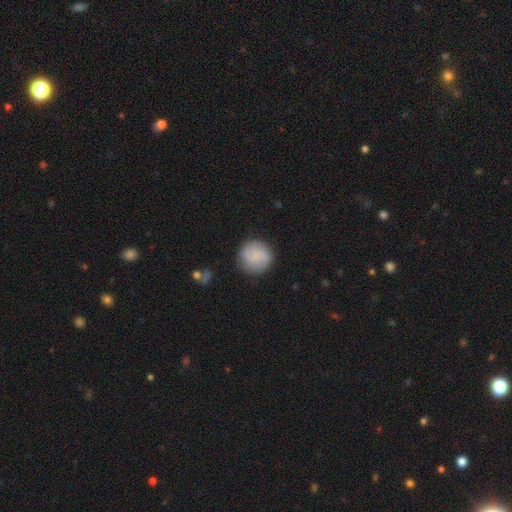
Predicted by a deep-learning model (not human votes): smooth-or-featured: smooth: 58% | featured or disk: 34% | star or artifact: 7%
  how-rounded: round: 92% | in between: 7% | cigar-shaped: 1%
  merging: none: 83% | minor disturbance: 12% | major disturbance: 4% | merger: 2%